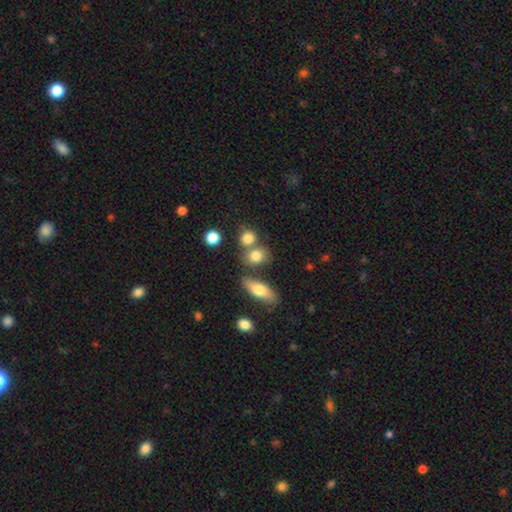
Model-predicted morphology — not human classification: Smooth or featured?
  - smooth: 79% *
  - featured or disk: 11%
  - star or artifact: 10%
How rounded?
  - round: 60% *
  - in between: 37%
  - cigar-shaped: 3%
Merging?
  - none: 52% *
  - merger: 33%
  - minor disturbance: 11%
  - major disturbance: 4%